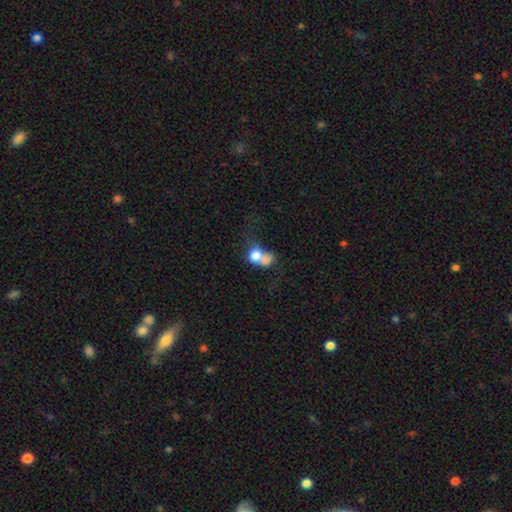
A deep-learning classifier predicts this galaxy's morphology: A smooth galaxy with no disk features (69%) that is round (51%). Merging: merger (62%).